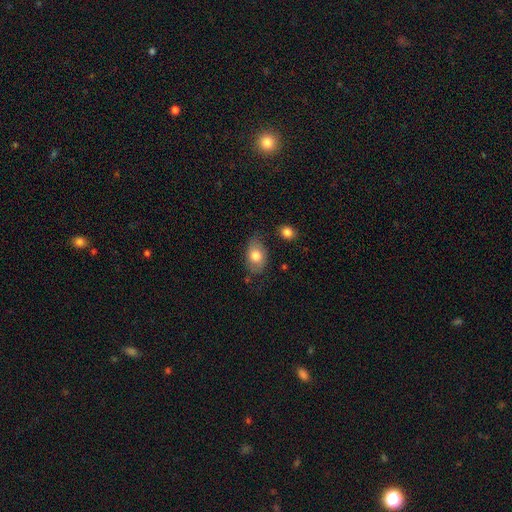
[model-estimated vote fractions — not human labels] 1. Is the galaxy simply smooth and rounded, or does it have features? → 76% smooth, 17% featured or disk, 7% star or artifact.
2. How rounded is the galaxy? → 84% in between, 15% round, 1% cigar-shaped.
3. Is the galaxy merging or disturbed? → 67% none, 23% minor disturbance, 7% major disturbance, 3% merger.